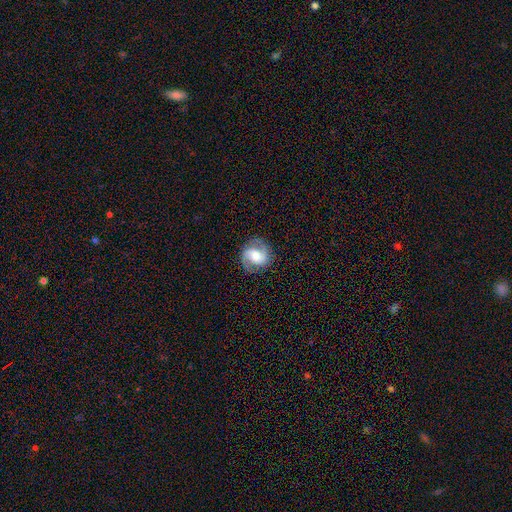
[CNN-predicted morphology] This appears to be a featured or disk galaxy (73%) with no bar (41%), 2 (90%) medium (50%) spiral arms (93%) and a moderate central bulge (43%). Merging: none (83%).